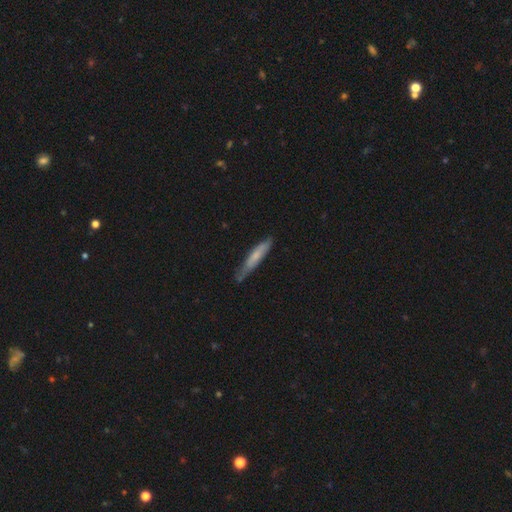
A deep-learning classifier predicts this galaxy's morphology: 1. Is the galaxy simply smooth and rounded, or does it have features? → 61% smooth, 34% featured or disk, 6% star or artifact.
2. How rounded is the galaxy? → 89% cigar-shaped, 10% in between, 1% round.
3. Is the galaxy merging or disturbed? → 65% none, 27% minor disturbance, 5% major disturbance, 2% merger.